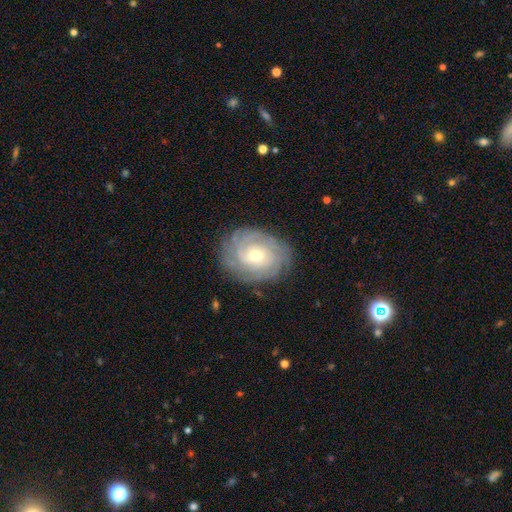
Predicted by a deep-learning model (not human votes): Q: Smooth or featured?
A: featured or disk (82%); runner-up: smooth (12%)
Q: Edge-on disk?
A: no (96%); runner-up: yes (4%)
Q: Bar?
A: no (54%); runner-up: weak (38%)
Q: Spiral arms?
A: yes (95%); runner-up: no (5%)
Q: Spiral winding?
A: tight (80%); runner-up: medium (16%)
Q: Spiral arm count?
A: can't tell (41%); runner-up: 4 (18%)
Q: Bulge size?
A: moderate (51%); runner-up: small (45%)
Q: Merging?
A: none (82%); runner-up: minor disturbance (13%)